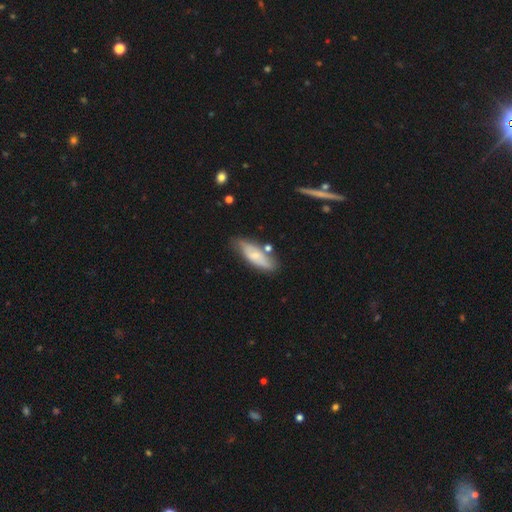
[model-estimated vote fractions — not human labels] smooth 58%, featured or disk 35%, star or artifact 6%. Down the decision tree: how rounded — in between (62%); merging — none (66%).